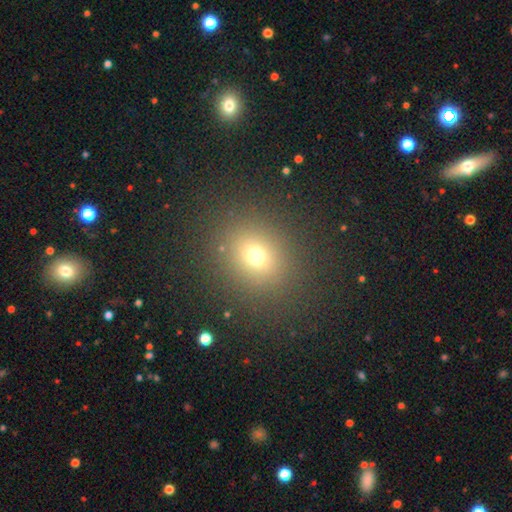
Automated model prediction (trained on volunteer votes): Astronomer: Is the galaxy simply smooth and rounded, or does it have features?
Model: smooth — 69%.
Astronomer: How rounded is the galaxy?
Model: round — 72%.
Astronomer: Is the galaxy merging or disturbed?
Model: none — 86%.